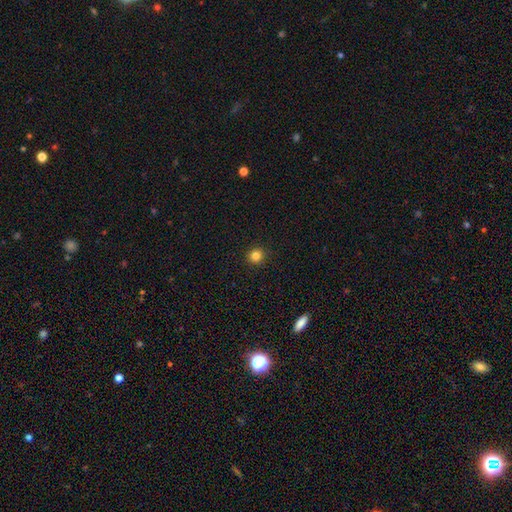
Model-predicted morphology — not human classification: Smooth or featured?
  - smooth: 83% *
  - star or artifact: 13%
  - featured or disk: 4%
How rounded?
  - round: 94% *
  - in between: 5%
  - cigar-shaped: 1%
Merging?
  - none: 93% *
  - minor disturbance: 4%
  - major disturbance: 2%
  - merger: 1%